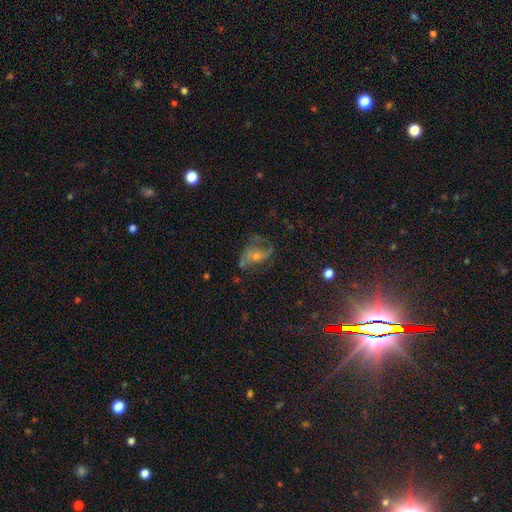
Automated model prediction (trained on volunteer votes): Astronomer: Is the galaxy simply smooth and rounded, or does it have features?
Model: featured or disk — 67%.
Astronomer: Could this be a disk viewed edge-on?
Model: no — 97%.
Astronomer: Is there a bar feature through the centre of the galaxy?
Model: no — 62%.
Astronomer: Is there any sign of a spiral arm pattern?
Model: yes — 83%.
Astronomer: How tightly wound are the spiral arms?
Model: medium — 43% (runner-up: loose, 42%).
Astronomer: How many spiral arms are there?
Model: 2 — 70%.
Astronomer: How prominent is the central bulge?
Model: small — 51% (runner-up: moderate, 39%).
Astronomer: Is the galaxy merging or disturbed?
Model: none — 48% (runner-up: major disturbance, 25%).